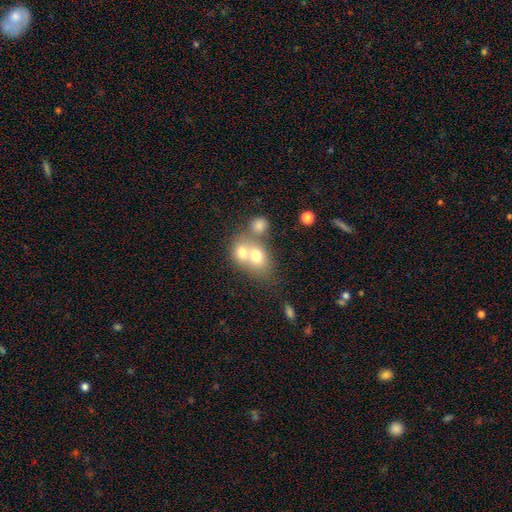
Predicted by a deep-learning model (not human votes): A smooth galaxy with no disk features (68%) that is round (53%). Merging: merger (65%).